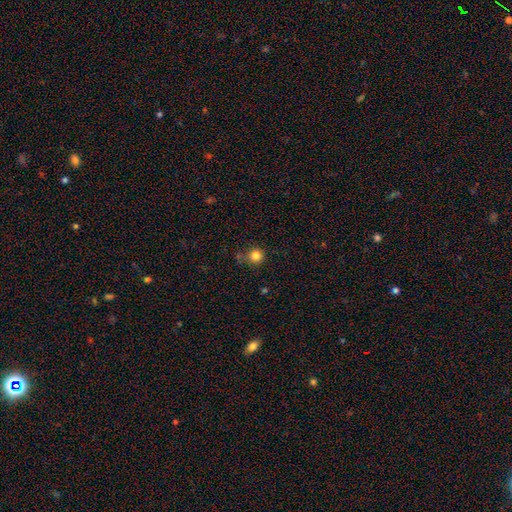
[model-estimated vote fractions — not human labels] Overall: smooth (82%). How rounded: round (94%). Merging: none (79%).